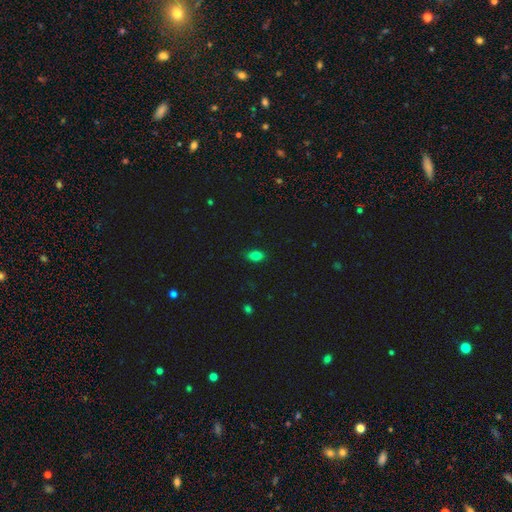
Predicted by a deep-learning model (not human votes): This is clearly a smooth galaxy (83%). How rounded: clearly in between (87%). Merging: clearly none (85%).